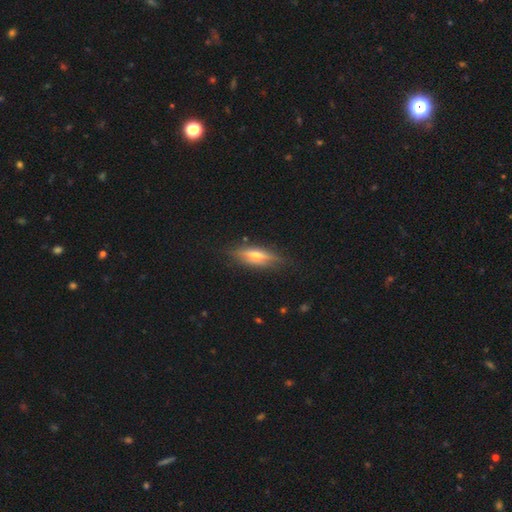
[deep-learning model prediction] smooth-or-featured: featured or disk: 56% | smooth: 36% | star or artifact: 8%
  disk-edge-on: yes: 89% | no: 11%
  merging: none: 83% | minor disturbance: 13% | major disturbance: 3% | merger: 1%